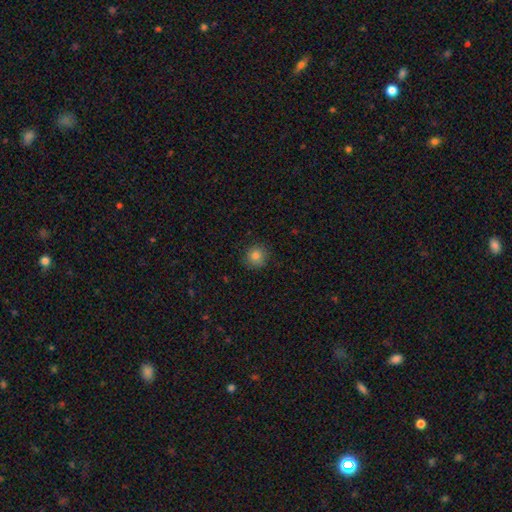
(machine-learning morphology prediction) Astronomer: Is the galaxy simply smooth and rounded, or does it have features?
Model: smooth — 83%.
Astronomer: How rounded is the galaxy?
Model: round — 93%.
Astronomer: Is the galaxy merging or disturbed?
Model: none — 88%.